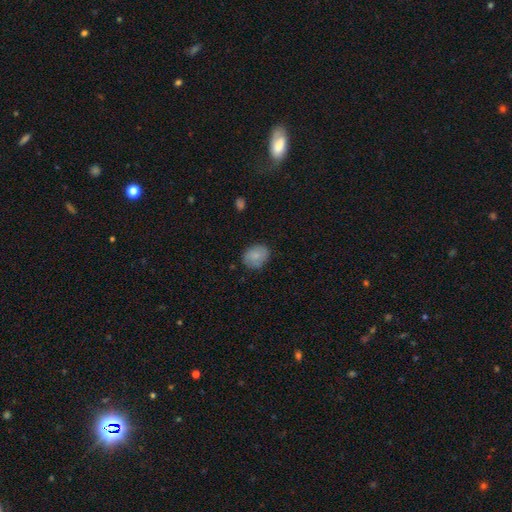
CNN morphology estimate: Smooth or featured? smooth (81%)
How rounded? round (56%)
Merging? none (80%)